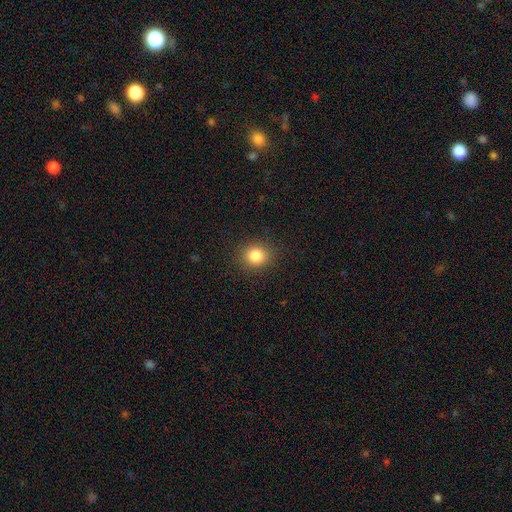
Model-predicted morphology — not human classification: Smooth or featured: smooth — 83% (star or artifact — 11%)
How rounded: round — 79% (in between — 20%)
Merging: none — 89% (minor disturbance — 7%)